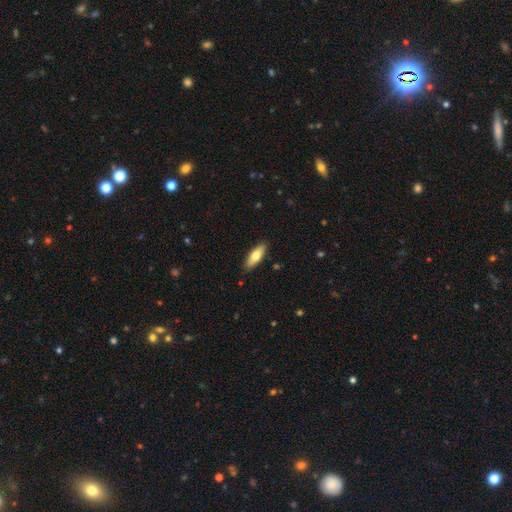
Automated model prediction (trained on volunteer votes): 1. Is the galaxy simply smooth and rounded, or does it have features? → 72% smooth, 22% featured or disk, 6% star or artifact.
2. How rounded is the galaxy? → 64% in between, 34% cigar-shaped, 2% round.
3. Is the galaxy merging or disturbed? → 88% none, 9% minor disturbance, 2% major disturbance, 1% merger.